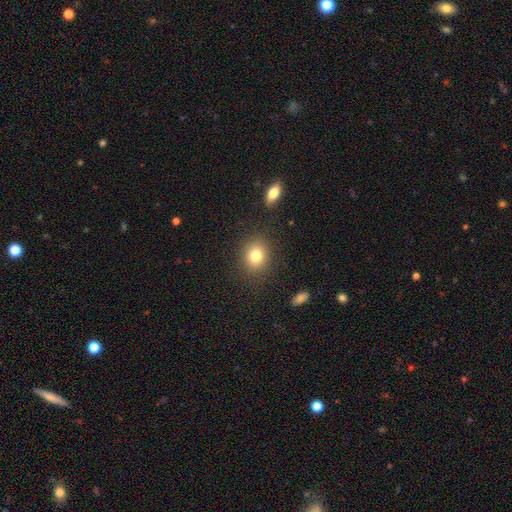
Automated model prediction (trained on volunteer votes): Overall: smooth (80%). How rounded: round (62%; in between 37%). Merging: none (86%).